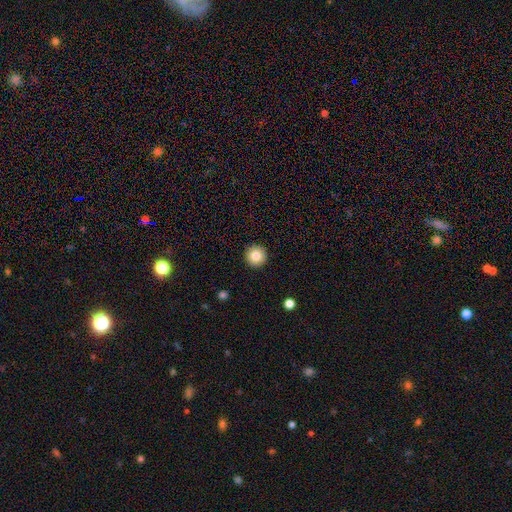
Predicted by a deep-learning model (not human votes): Smooth or featured: smooth — 84% (star or artifact — 9%)
How rounded: round — 96% (in between — 3%)
Merging: none — 93% (minor disturbance — 4%)